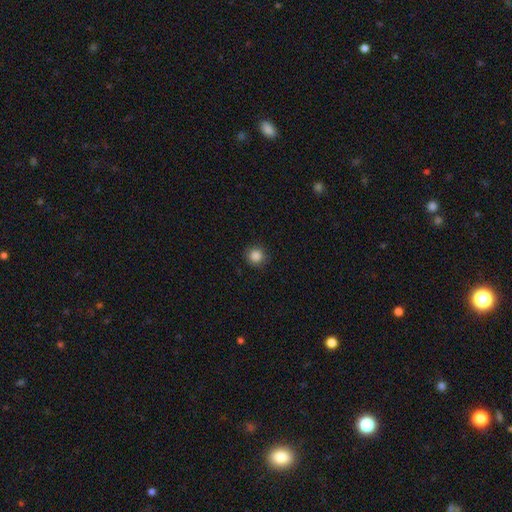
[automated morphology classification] This is clearly a smooth galaxy (86%). How rounded: clearly round (93%). Merging: clearly none (88%).